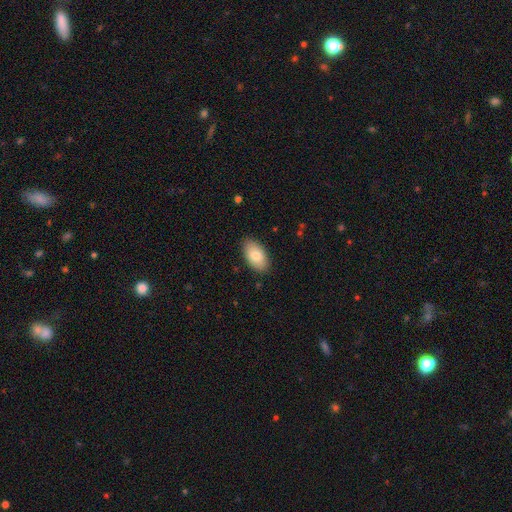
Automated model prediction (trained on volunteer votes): smooth 82%, featured or disk 12%, star or artifact 6%. Down the decision tree: how rounded — in between (94%); merging — none (86%).